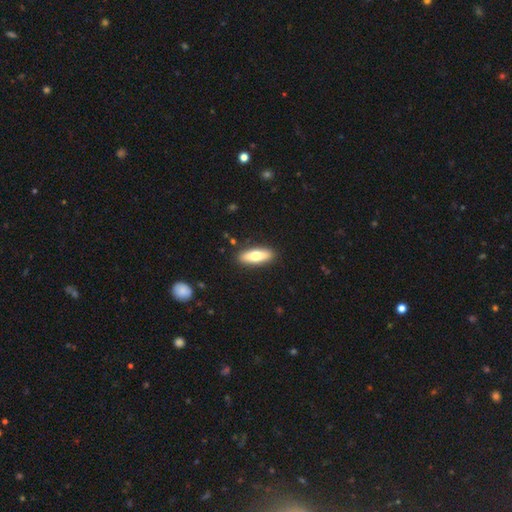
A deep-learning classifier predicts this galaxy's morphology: A smooth galaxy with no disk features (68%) that is in between round and cigar-shaped (58%). Merging: none (89%).